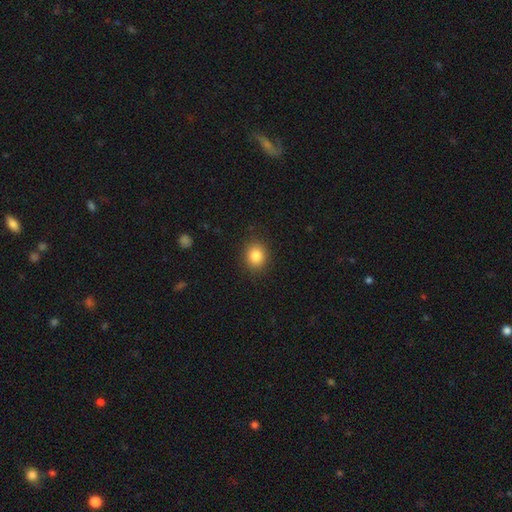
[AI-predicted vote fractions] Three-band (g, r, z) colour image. It shows a smooth galaxy with no disk features (84%) that is round (73%). Merging: none (89%).